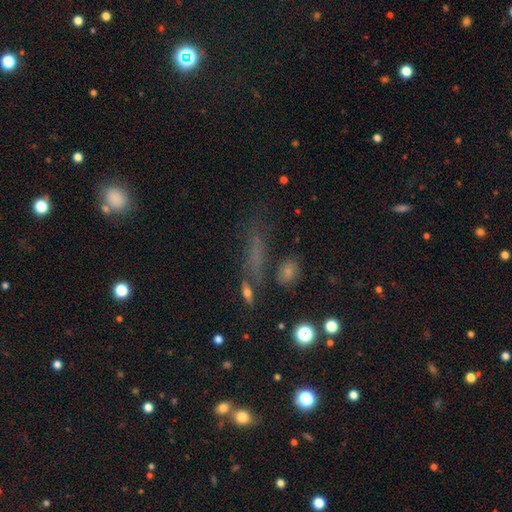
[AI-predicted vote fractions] Morphology: type=smooth (49%); merging=none (57%).